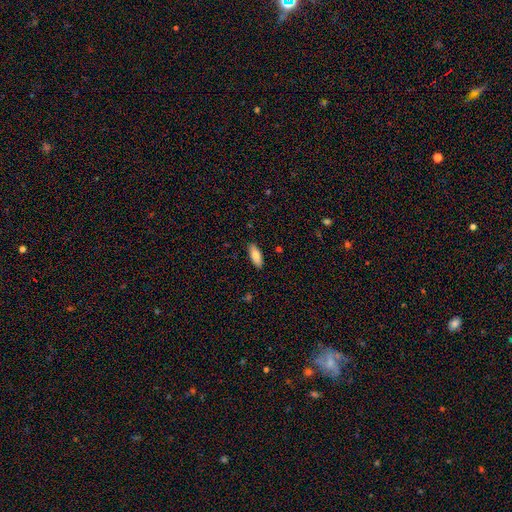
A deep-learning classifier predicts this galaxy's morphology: Smooth or featured?
  - smooth: 84% *
  - featured or disk: 10%
  - star or artifact: 6%
How rounded?
  - in between: 77% *
  - cigar-shaped: 21%
  - round: 2%
Merging?
  - none: 88% *
  - minor disturbance: 9%
  - major disturbance: 2%
  - merger: 1%